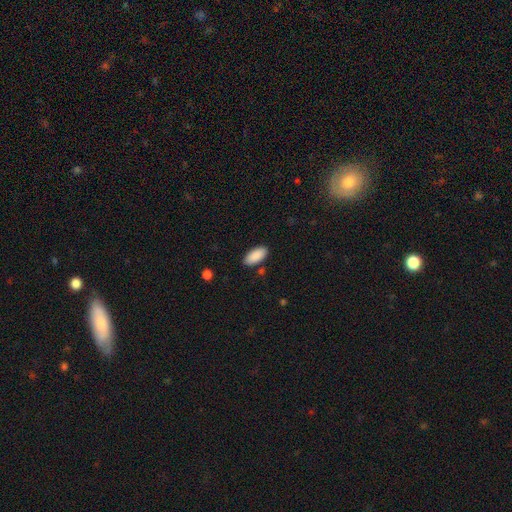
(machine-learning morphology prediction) Smooth or featured?
  - smooth: 90% *
  - star or artifact: 6%
  - featured or disk: 4%
How rounded?
  - in between: 91% *
  - cigar-shaped: 7%
  - round: 2%
Merging?
  - none: 87% *
  - minor disturbance: 9%
  - major disturbance: 2%
  - merger: 2%